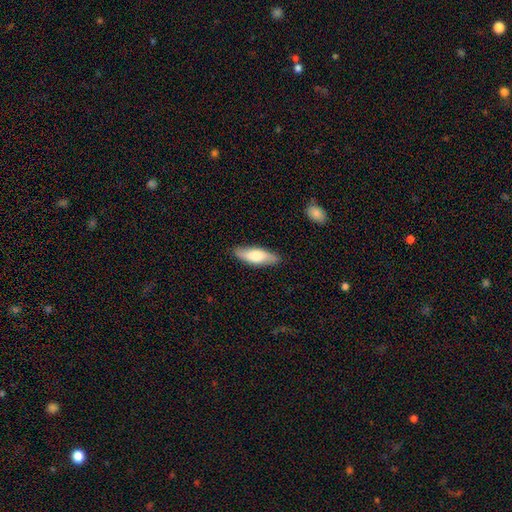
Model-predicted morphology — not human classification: Smooth or featured? Predicted: smooth (p=0.68). How rounded? Predicted: in between (p=0.55). Merging? Predicted: none (p=0.87).